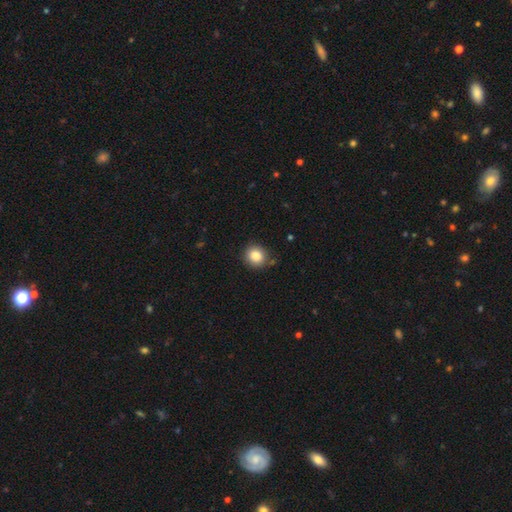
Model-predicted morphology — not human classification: Smooth or featured: smooth — 84% (star or artifact — 10%)
How rounded: round — 85% (in between — 14%)
Merging: none — 85% (minor disturbance — 10%)